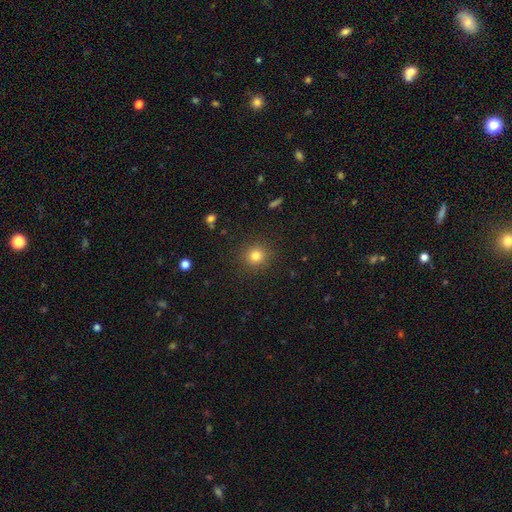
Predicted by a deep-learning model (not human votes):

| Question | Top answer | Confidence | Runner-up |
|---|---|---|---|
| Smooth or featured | smooth | 81% | star or artifact (13%) |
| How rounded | round | 92% | in between (7%) |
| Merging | none | 90% | minor disturbance (6%) |